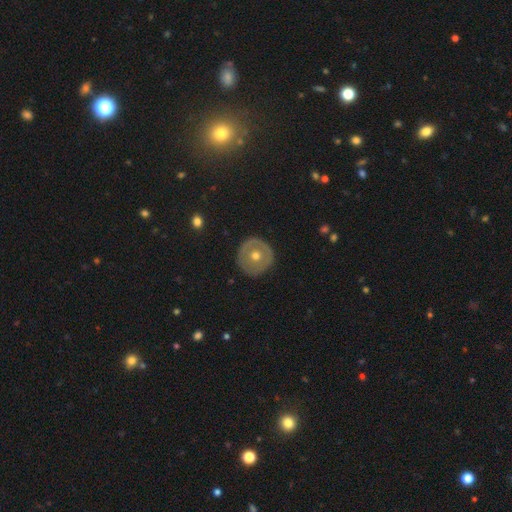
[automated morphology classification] featured or disk 49%, smooth 44%, star or artifact 7%. Down the decision tree: merging — none (86%).